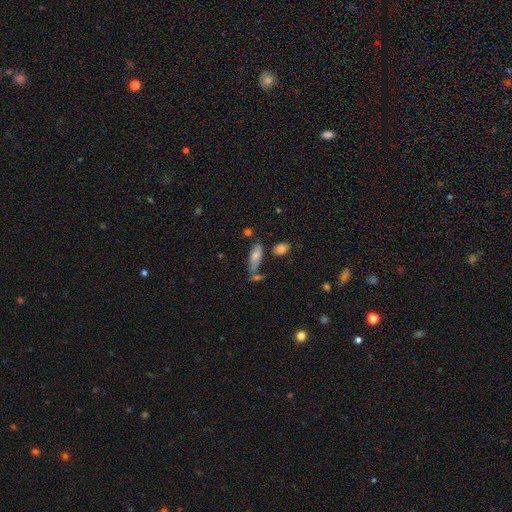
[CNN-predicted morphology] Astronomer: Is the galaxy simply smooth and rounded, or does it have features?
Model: smooth — 67%.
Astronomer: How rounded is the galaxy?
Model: in between — 69%.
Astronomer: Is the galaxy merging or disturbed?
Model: none — 49%.